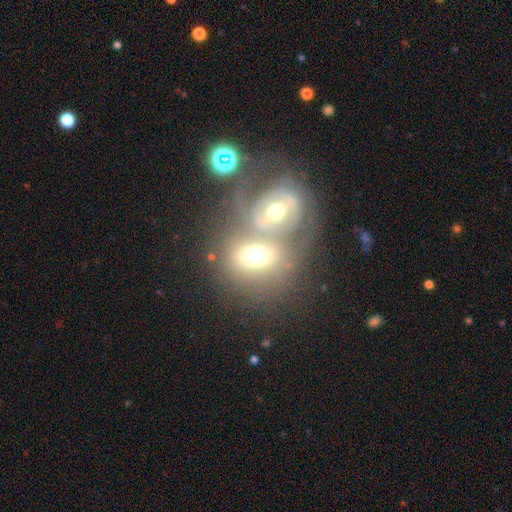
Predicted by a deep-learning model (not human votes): Smooth or featured? Predicted: smooth (p=0.48). Merging? Predicted: merger (p=0.65).